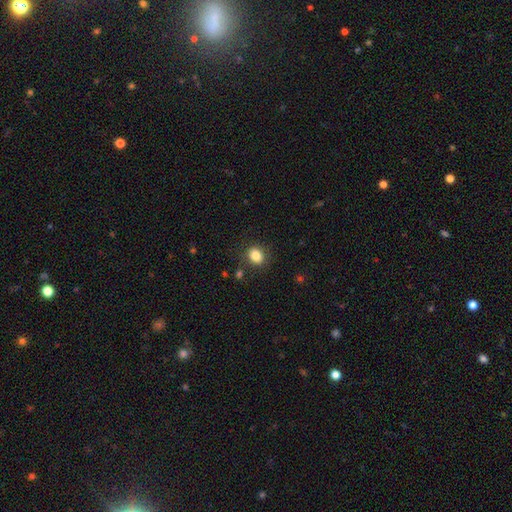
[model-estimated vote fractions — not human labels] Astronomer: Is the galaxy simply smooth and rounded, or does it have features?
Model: smooth — 84%.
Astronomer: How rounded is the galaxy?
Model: round — 57% (runner-up: in between, 42%).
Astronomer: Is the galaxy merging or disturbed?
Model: none — 84%.